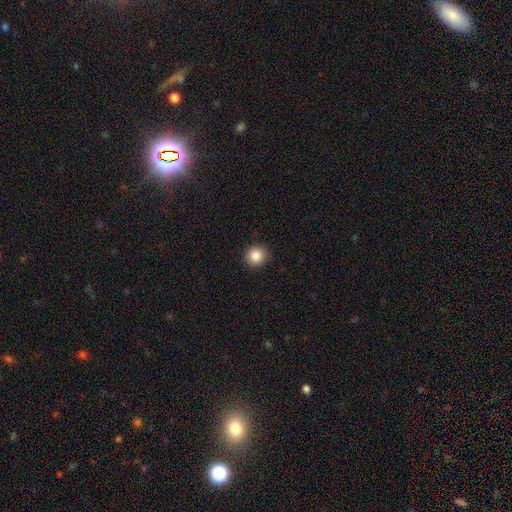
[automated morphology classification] This is clearly a smooth galaxy (87%). How rounded: clearly round (90%). Merging: clearly none (91%).